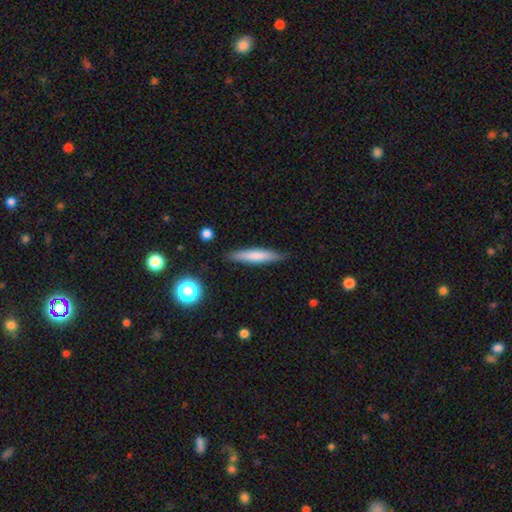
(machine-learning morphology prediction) Smooth or featured? smooth (68%)
How rounded? cigar-shaped (88%)
Merging? none (85%)